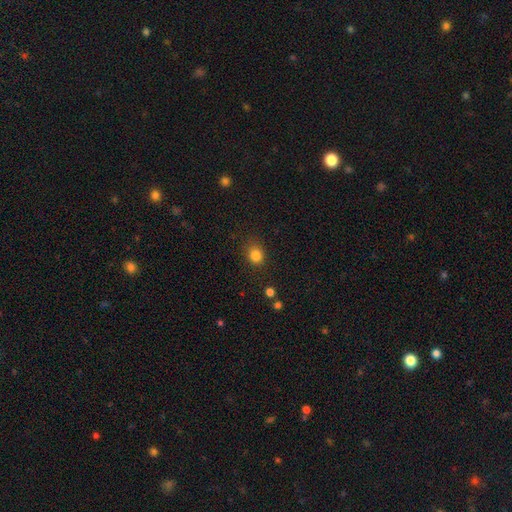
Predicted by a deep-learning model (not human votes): smooth 83%, star or artifact 13%, featured or disk 4%. Down the decision tree: how rounded — round (74%); merging — none (79%).